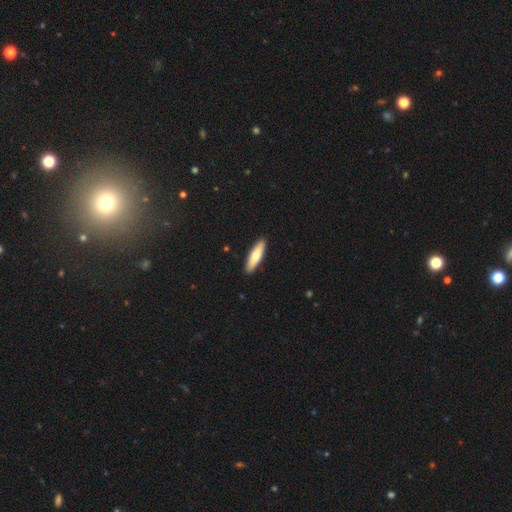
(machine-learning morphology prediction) Q: Smooth or featured?
A: smooth (70%); runner-up: featured or disk (25%)
Q: How rounded?
A: cigar-shaped (67%); runner-up: in between (31%)
Q: Merging?
A: none (91%); runner-up: minor disturbance (6%)